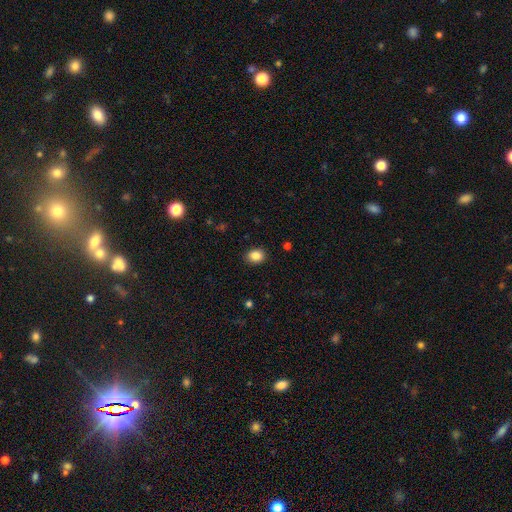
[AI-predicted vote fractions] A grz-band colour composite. It shows a smooth galaxy with no disk features (87%) that is in between round and cigar-shaped (50%). Merging: none (89%).